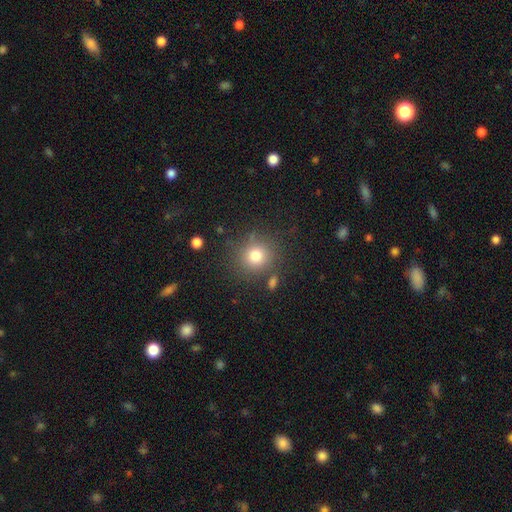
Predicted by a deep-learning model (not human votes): smooth-or-featured: smooth: 78% | star or artifact: 13% | featured or disk: 9%
  how-rounded: round: 89% | in between: 10% | cigar-shaped: 1%
  merging: none: 80% | minor disturbance: 10% | merger: 5% | major disturbance: 4%